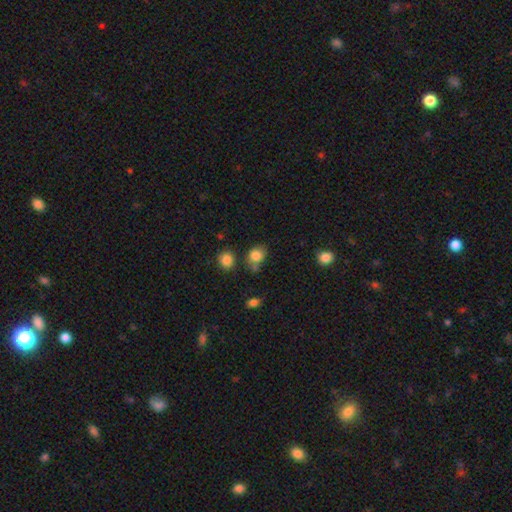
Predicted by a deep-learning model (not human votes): smooth 82%, star or artifact 11%, featured or disk 7%. Down the decision tree: how rounded — round (52%); merging — none (57%).